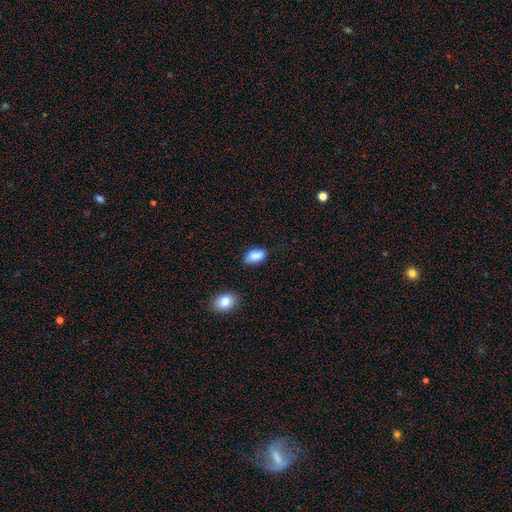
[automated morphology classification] A smooth galaxy with no disk features (87%) that is in between round and cigar-shaped (92%).

Vote fractions:
- Smooth or featured? smooth: 87% / star or artifact: 8% / featured or disk: 6%
- How rounded? in between: 92% / round: 6% / cigar-shaped: 2%
- Merging? none: 71% / minor disturbance: 22% / major disturbance: 4% / merger: 3%